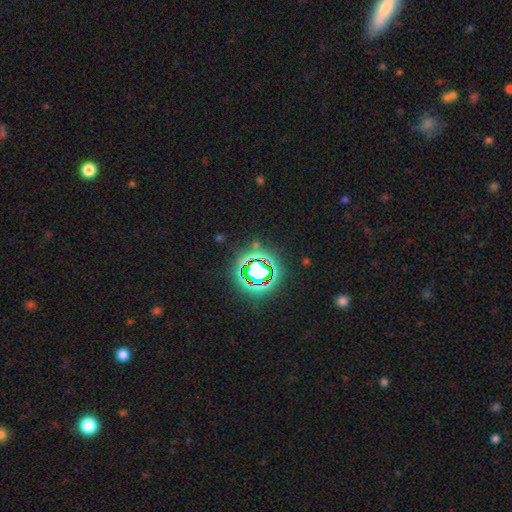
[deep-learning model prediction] star or artifact 80%, smooth 12%, featured or disk 9%.